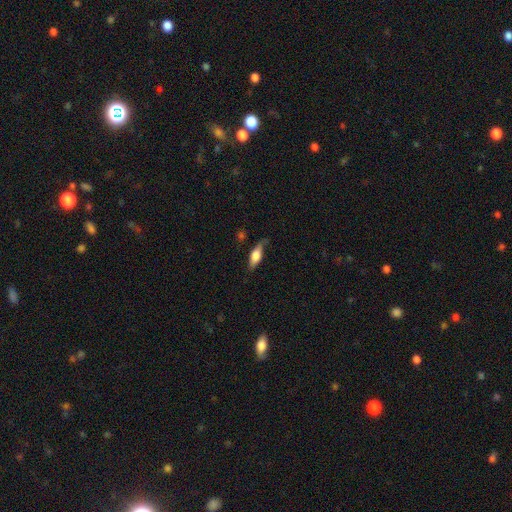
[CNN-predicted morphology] Smooth or featured? smooth (57%)
How rounded? in between (61%)
Merging? none (63%)